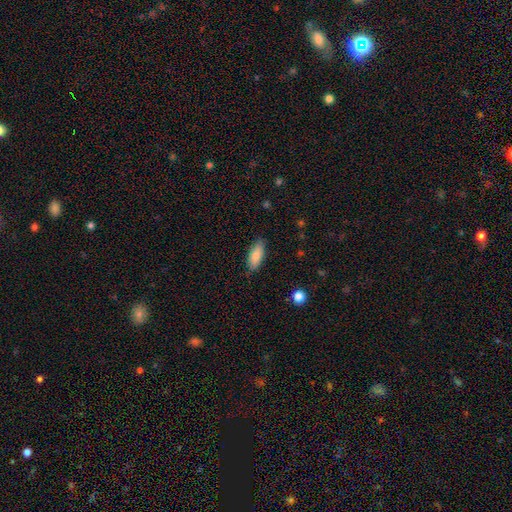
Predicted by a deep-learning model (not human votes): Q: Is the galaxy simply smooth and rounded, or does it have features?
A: smooth — 85%.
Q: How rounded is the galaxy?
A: in between — 74%.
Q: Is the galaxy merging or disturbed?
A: none — 84%.